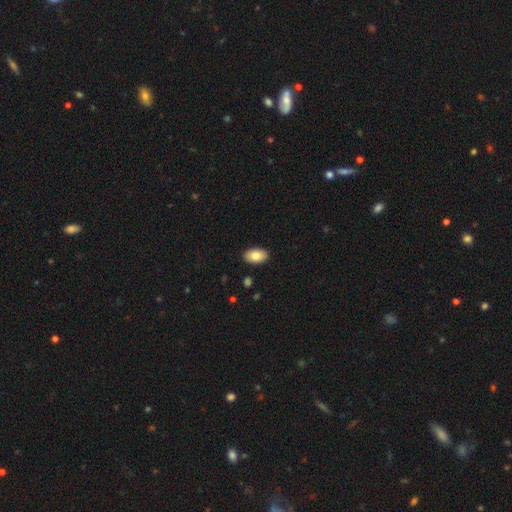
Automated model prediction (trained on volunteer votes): smooth_or_featured: smooth (p=0.82) [alt: featured or disk p=0.11]
how_rounded: in between (p=0.93) [alt: round p=0.05]
merging: none (p=0.90) [alt: minor disturbance p=0.07]